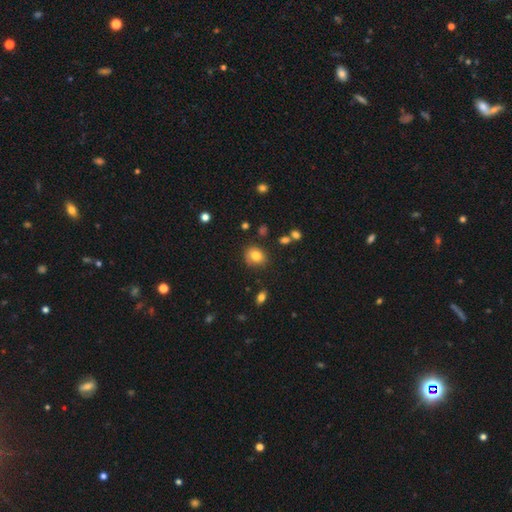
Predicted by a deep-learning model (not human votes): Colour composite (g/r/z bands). It shows a smooth galaxy with no disk features (80%) that is round (63%). Merging: none (75%).